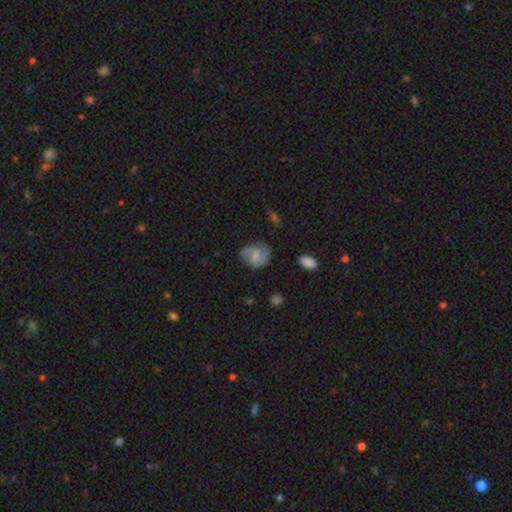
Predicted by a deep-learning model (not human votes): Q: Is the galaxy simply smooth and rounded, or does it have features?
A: featured or disk — 49%.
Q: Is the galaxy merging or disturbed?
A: none — 62%.